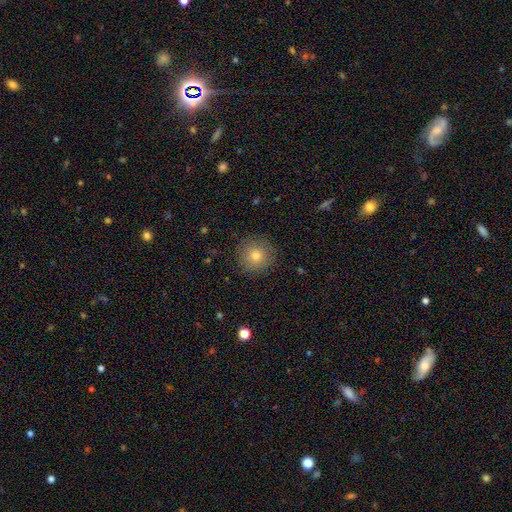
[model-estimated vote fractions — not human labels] Smooth or featured? smooth (76%)
How rounded? round (95%)
Merging? none (88%)